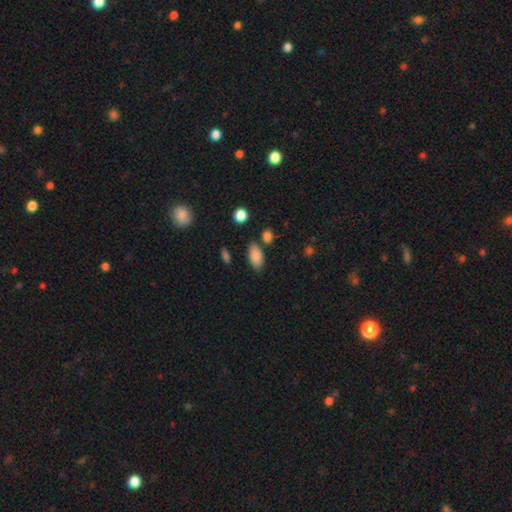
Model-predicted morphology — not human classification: Smooth or featured?
  - smooth: 86% *
  - star or artifact: 8%
  - featured or disk: 5%
How rounded?
  - in between: 92% *
  - round: 4%
  - cigar-shaped: 4%
Merging?
  - none: 77% *
  - minor disturbance: 13%
  - merger: 6%
  - major disturbance: 3%